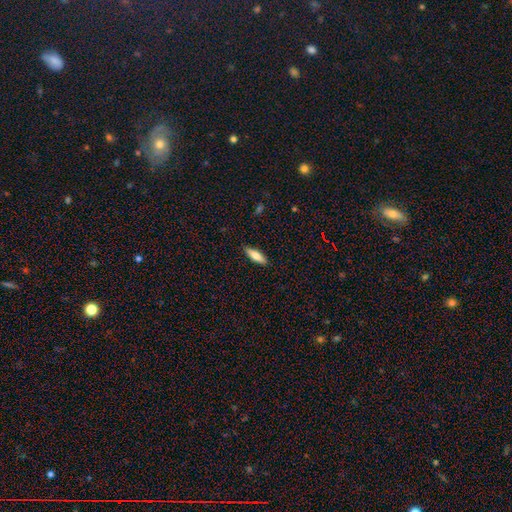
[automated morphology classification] A smooth galaxy with no disk features (73%) that is cigar-shaped (52%).

Vote fractions:
- Smooth or featured? smooth: 73% / featured or disk: 21% / star or artifact: 6%
- How rounded? cigar-shaped: 52% / in between: 46% / round: 2%
- Merging? none: 88% / minor disturbance: 9% / major disturbance: 2% / merger: 1%